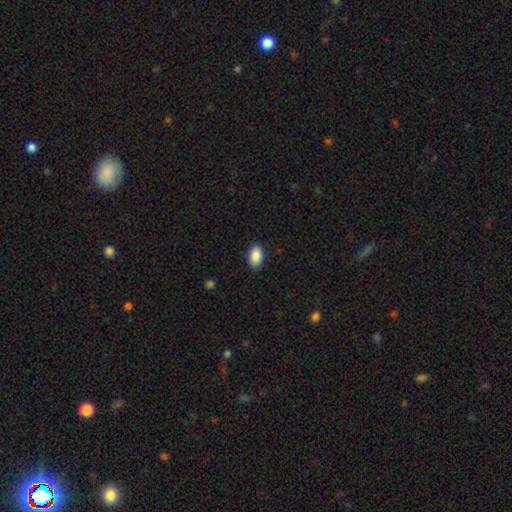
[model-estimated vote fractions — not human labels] smooth-or-featured: smooth: 89% | star or artifact: 7% | featured or disk: 4%
  how-rounded: in between: 93% | round: 5% | cigar-shaped: 1%
  merging: none: 89% | minor disturbance: 8% | major disturbance: 2% | merger: 1%